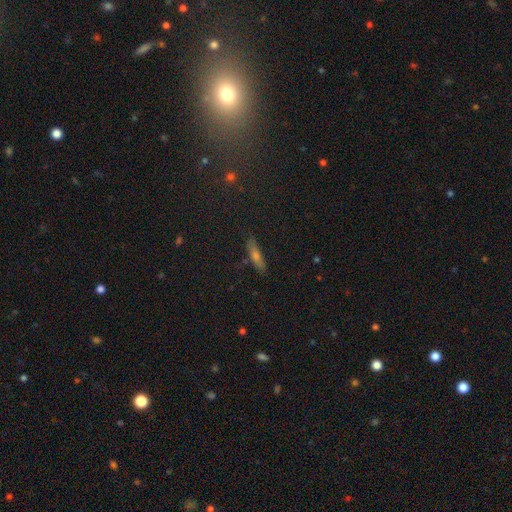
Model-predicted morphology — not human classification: smooth 48%, featured or disk 38%, star or artifact 14%. Down the decision tree: merging — none (86%).